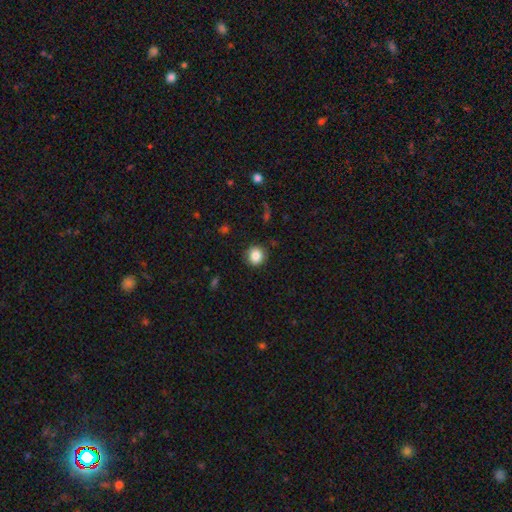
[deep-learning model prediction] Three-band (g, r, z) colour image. It shows a smooth galaxy with no disk features (86%) that is round (86%). Merging: none (88%).